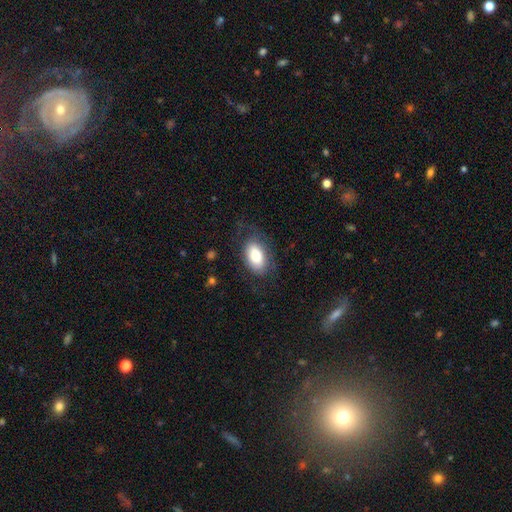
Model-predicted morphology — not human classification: Smooth or featured? Predicted: smooth (p=0.78). How rounded? Predicted: in between (p=0.93). Merging? Predicted: none (p=0.68).